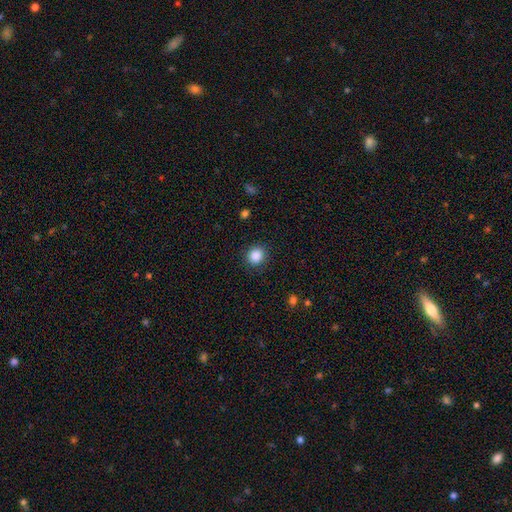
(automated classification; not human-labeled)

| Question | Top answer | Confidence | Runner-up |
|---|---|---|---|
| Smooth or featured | smooth | 88% | star or artifact (10%) |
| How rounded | round | 84% | in between (15%) |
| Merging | none | 89% | minor disturbance (7%) |